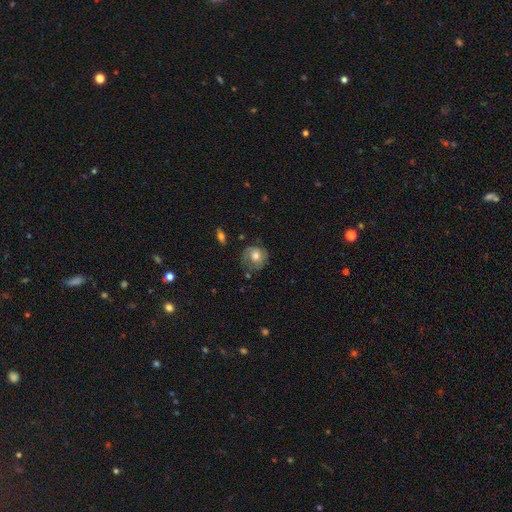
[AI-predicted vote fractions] The model was most divided on "smooth or featured": smooth: 53%, featured or disk: 39%, star or artifact: 8%. More confident: how rounded — round (82%); merging — none (60%).